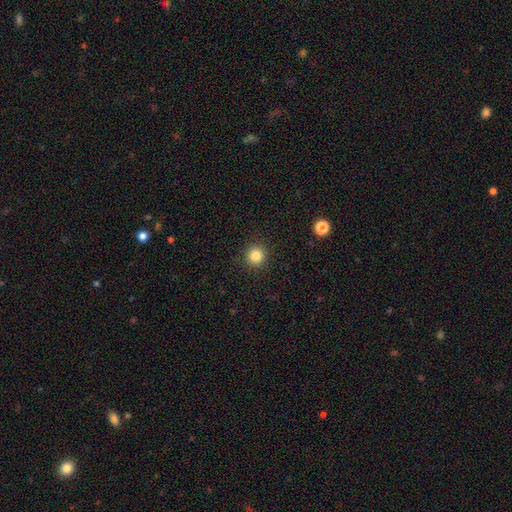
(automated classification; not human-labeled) This appears to be a smooth galaxy with no disk features (84%) that is round (94%). Merging: none (92%).